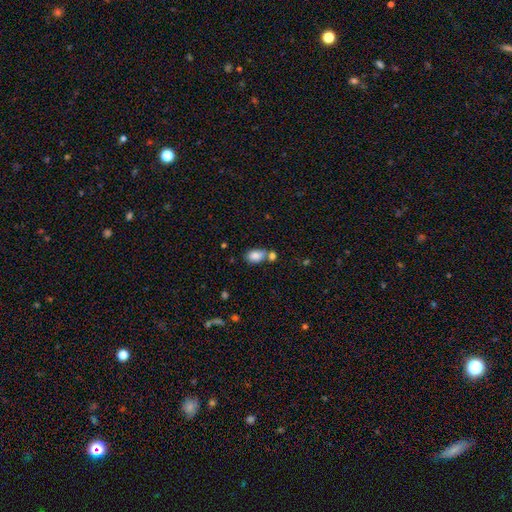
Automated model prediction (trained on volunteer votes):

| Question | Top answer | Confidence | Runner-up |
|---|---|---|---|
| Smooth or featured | smooth | 84% | star or artifact (8%) |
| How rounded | in between | 86% | round (12%) |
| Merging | none | 49% | merger (31%) |